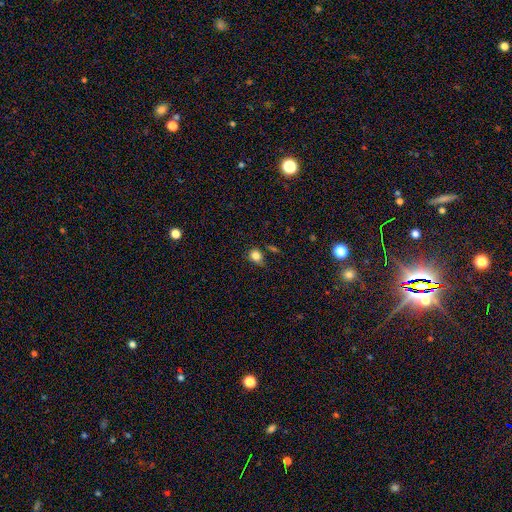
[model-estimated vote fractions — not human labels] This is clearly a smooth galaxy (82%). How rounded: likely round (62%). Merging: likely none (62%).